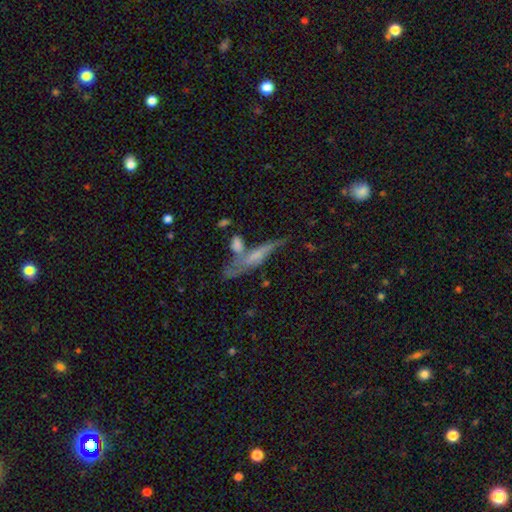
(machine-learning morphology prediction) Q: Smooth or featured?
A: featured or disk (51%); runner-up: smooth (40%)
Q: Edge-on disk?
A: yes (62%); runner-up: no (38%)
Q: Merging?
A: none (38%); runner-up: merger (29%)